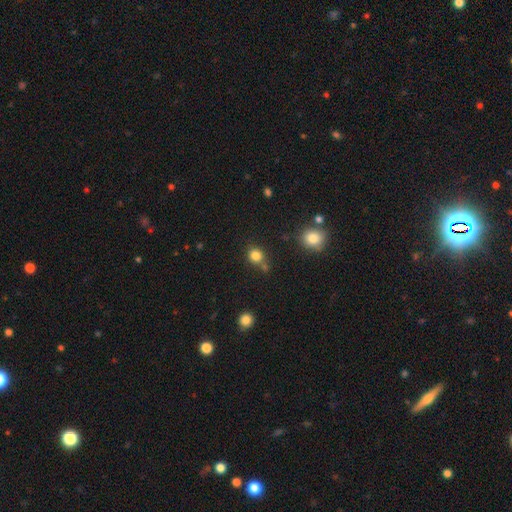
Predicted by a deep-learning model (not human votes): smooth_or_featured: smooth (p=0.82) [alt: star or artifact p=0.13]
how_rounded: round (p=0.82) [alt: in between p=0.17]
merging: none (p=0.69) [alt: merger p=0.15]